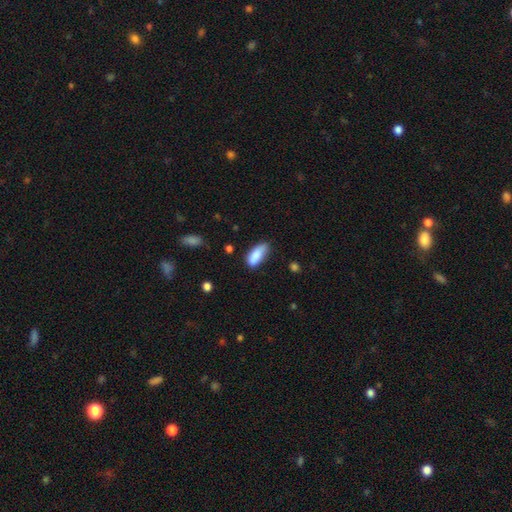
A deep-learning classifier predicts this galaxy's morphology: This appears to be a smooth galaxy with no disk features (84%) that is in between round and cigar-shaped (77%). Merging: none (58%).